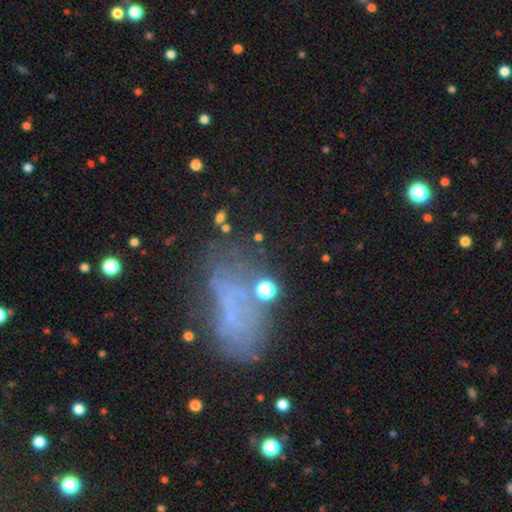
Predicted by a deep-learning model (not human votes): Morphology: type=smooth (39%); merging=none (42%).